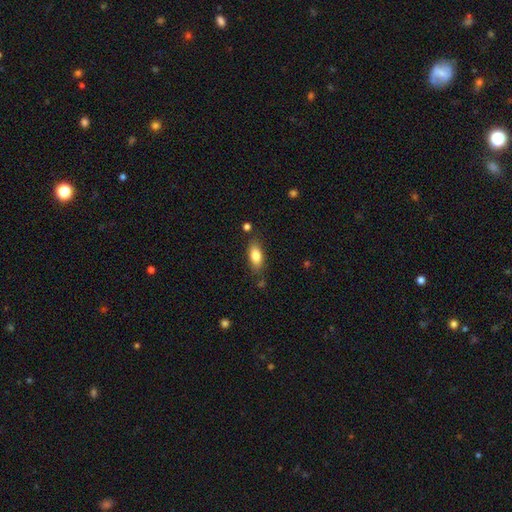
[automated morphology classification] A smooth galaxy with no disk features (81%) that is in between round and cigar-shaped (85%).

Vote fractions:
- Smooth or featured? smooth: 81% / featured or disk: 11% / star or artifact: 7%
- How rounded? in between: 85% / cigar-shaped: 12% / round: 4%
- Merging? none: 77% / minor disturbance: 15% / merger: 4% / major disturbance: 4%